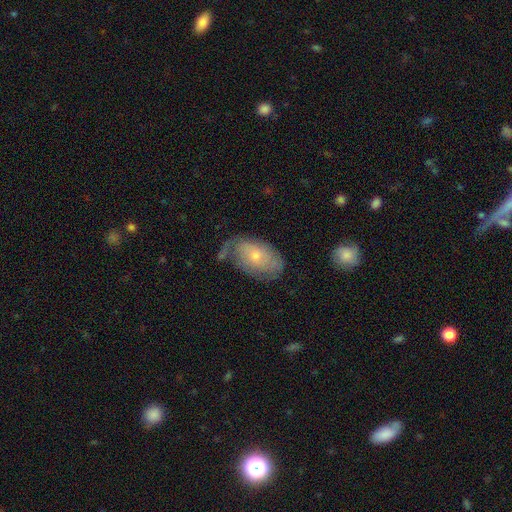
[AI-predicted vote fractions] Smooth or featured? featured or disk (48%)
Merging? none (51%)